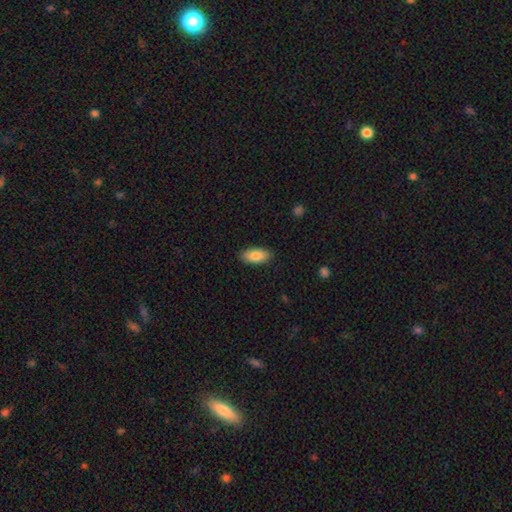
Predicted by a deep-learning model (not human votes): This appears to be a smooth galaxy with no disk features (85%) that is in between round and cigar-shaped (89%). Merging: none (88%).